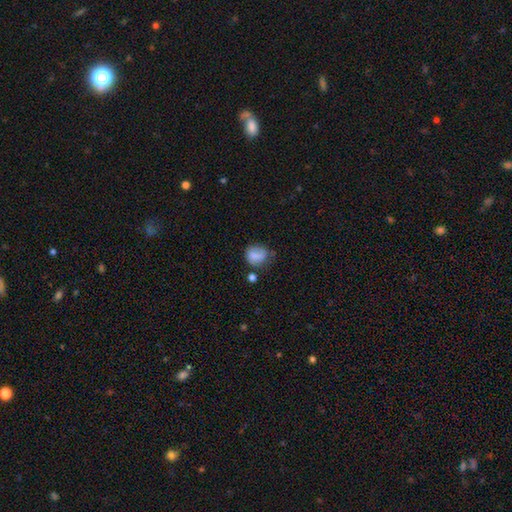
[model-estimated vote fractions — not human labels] Smooth or featured? smooth (75%)
How rounded? round (68%)
Merging? none (49%)